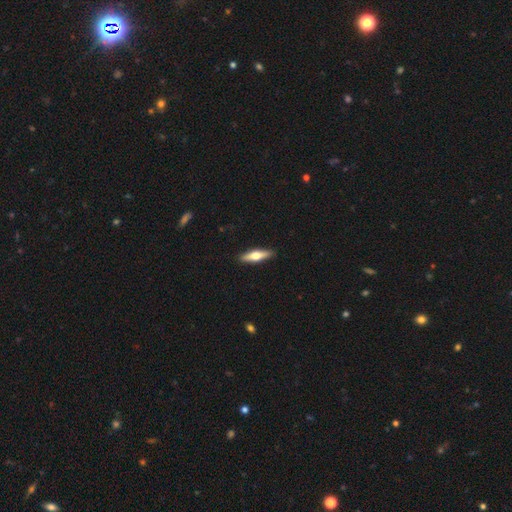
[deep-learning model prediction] Smooth or featured? featured or disk (48%)
Merging? none (91%)